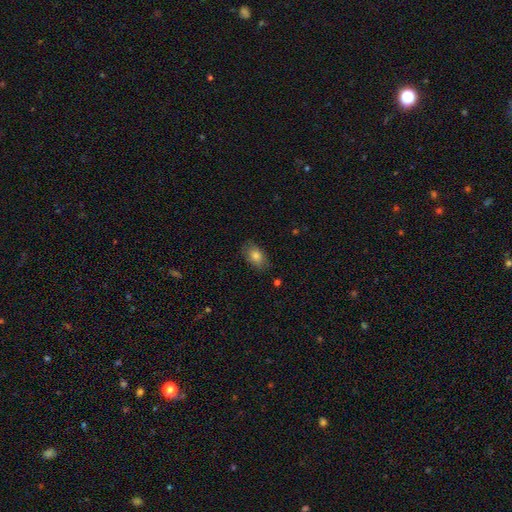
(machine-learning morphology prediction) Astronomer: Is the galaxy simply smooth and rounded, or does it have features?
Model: smooth — 80%.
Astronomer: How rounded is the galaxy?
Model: in between — 86%.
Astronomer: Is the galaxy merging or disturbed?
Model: none — 78%.